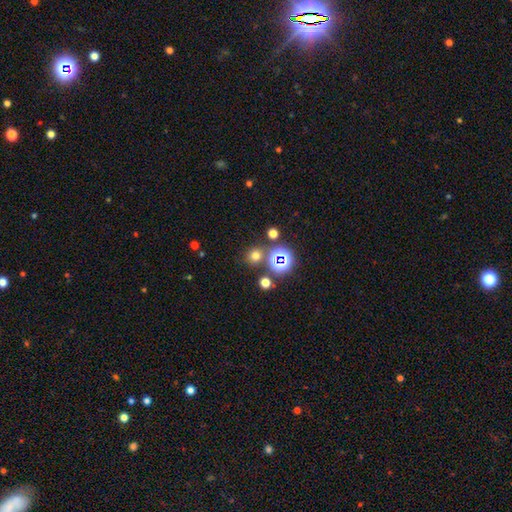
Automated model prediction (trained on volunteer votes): Smooth or featured?
  - smooth: 65% *
  - star or artifact: 28%
  - featured or disk: 7%
How rounded?
  - round: 87% *
  - in between: 12%
  - cigar-shaped: 1%
Merging?
  - none: 79% *
  - merger: 10%
  - minor disturbance: 8%
  - major disturbance: 3%